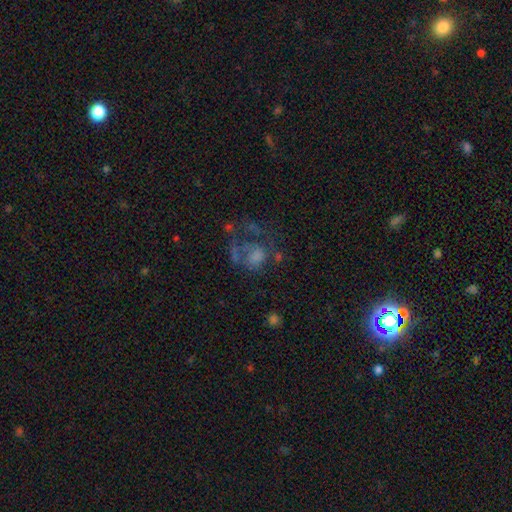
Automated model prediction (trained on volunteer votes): featured or disk 46%, smooth 33%, star or artifact 21%. Down the decision tree: merging — major disturbance (41%).